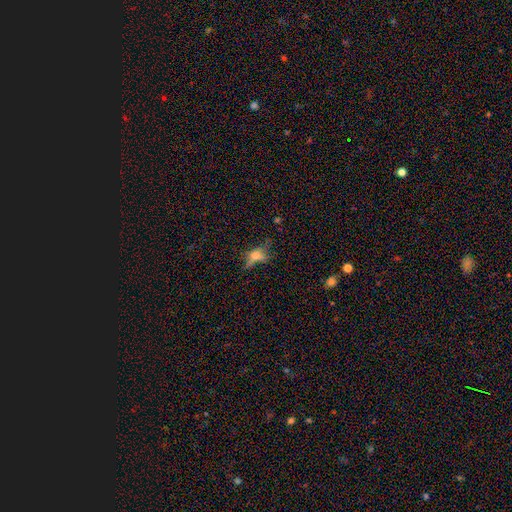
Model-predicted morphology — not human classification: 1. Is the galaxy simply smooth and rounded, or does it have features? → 43% smooth, 36% featured or disk, 21% star or artifact.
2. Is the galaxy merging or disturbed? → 50% none, 22% major disturbance, 19% minor disturbance, 9% merger.